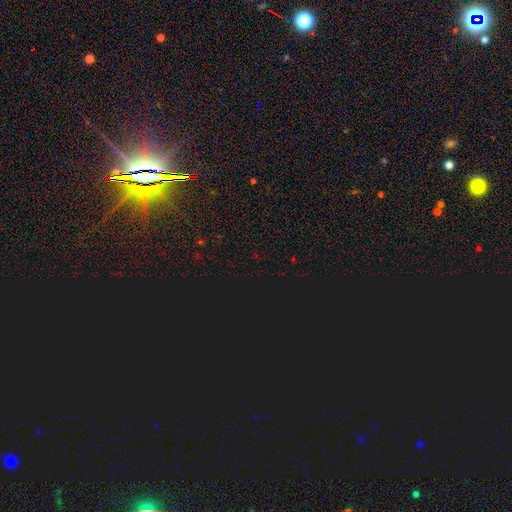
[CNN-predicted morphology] This appears to be a star or artifact, not a galaxy (78%).